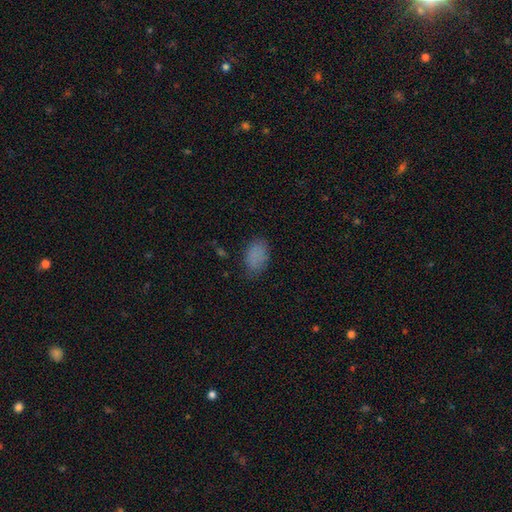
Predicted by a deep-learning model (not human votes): A smooth galaxy with no disk features (82%) that is in between round and cigar-shaped (89%). Merging: none (72%).